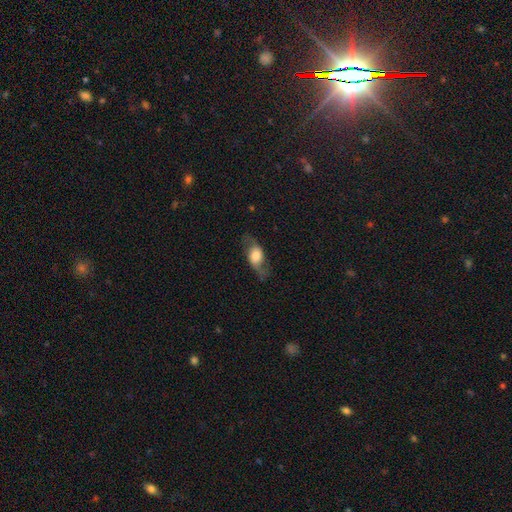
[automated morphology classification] Smooth or featured? Predicted: featured or disk (p=0.50). Merging? Predicted: none (p=0.67).